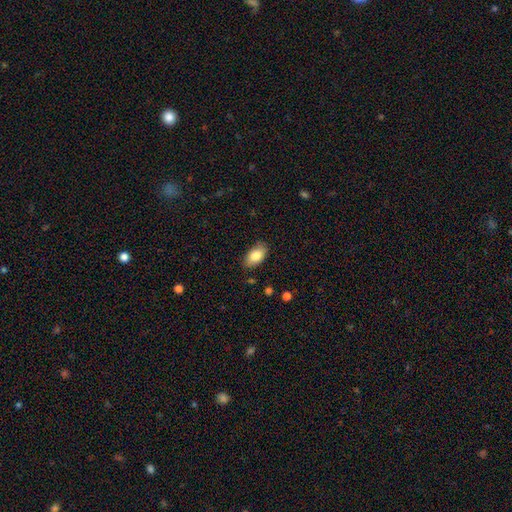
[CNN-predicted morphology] A smooth galaxy with no disk features (83%) that is in between round and cigar-shaped (93%).

Vote fractions:
- Smooth or featured? smooth: 83% / featured or disk: 10% / star or artifact: 7%
- How rounded? in between: 93% / round: 5% / cigar-shaped: 2%
- Merging? none: 84% / minor disturbance: 13% / major disturbance: 3% / merger: 1%